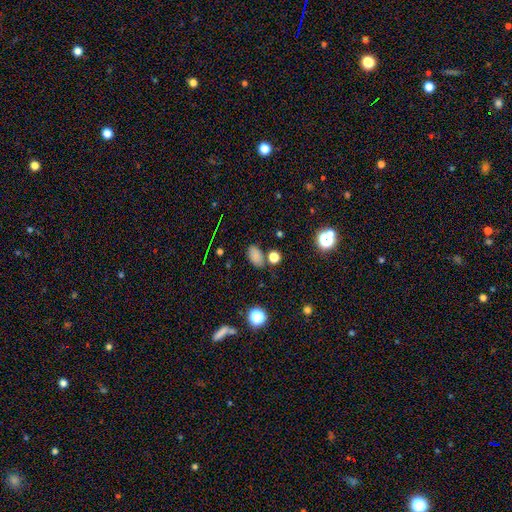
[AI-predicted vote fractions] smooth_or_featured: smooth (p=0.76) [alt: star or artifact p=0.19]
how_rounded: in between (p=0.85) [alt: round p=0.13]
merging: none (p=0.71) [alt: minor disturbance p=0.16]